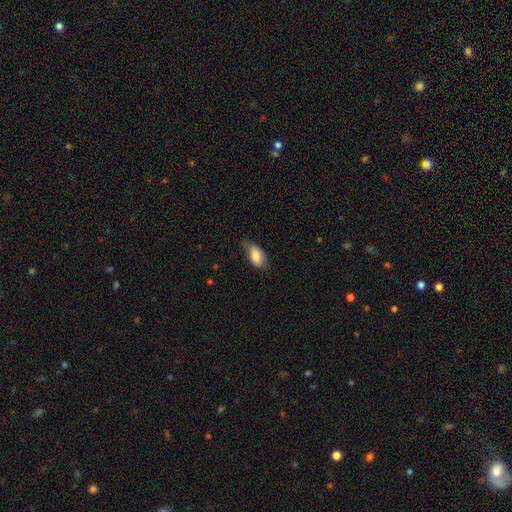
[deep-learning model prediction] Smooth or featured: smooth — 80% (featured or disk — 13%)
How rounded: in between — 92% (round — 5%)
Merging: none — 53% (minor disturbance — 36%)